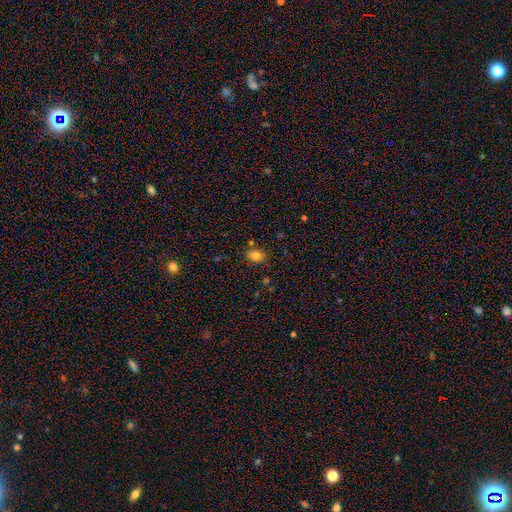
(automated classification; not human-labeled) This appears to be a smooth galaxy with no disk features (82%) that is in between round and cigar-shaped (58%). Merging: none (78%).